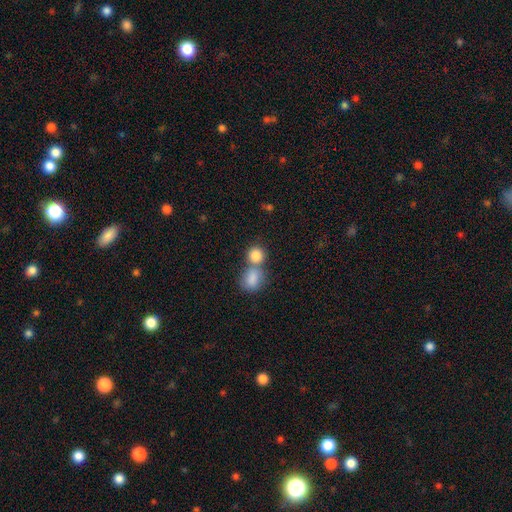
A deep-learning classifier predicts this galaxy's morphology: Smooth or featured? Predicted: smooth (p=0.85). How rounded? Predicted: round (p=0.80). Merging? Predicted: merger (p=0.50).